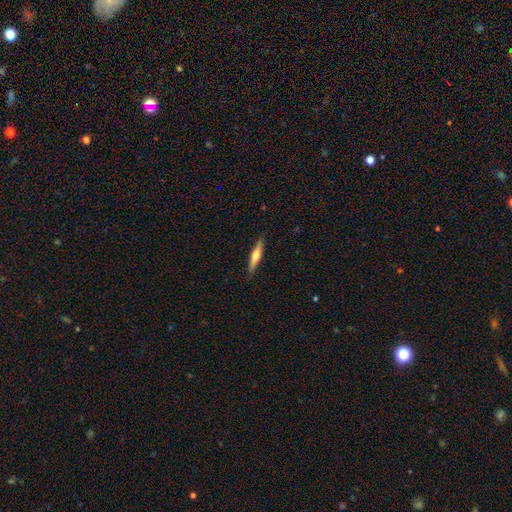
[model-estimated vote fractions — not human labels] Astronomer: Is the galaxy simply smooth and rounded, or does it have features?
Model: featured or disk — 50% (runner-up: smooth, 45%).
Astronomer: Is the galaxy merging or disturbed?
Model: none — 89%.